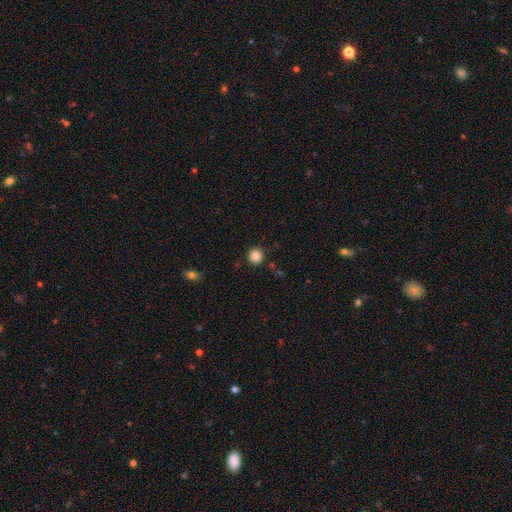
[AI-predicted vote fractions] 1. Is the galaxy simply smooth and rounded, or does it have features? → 85% smooth, 11% star or artifact, 5% featured or disk.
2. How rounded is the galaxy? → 92% round, 7% in between, 1% cigar-shaped.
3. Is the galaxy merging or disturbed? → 90% none, 6% minor disturbance, 2% merger, 2% major disturbance.